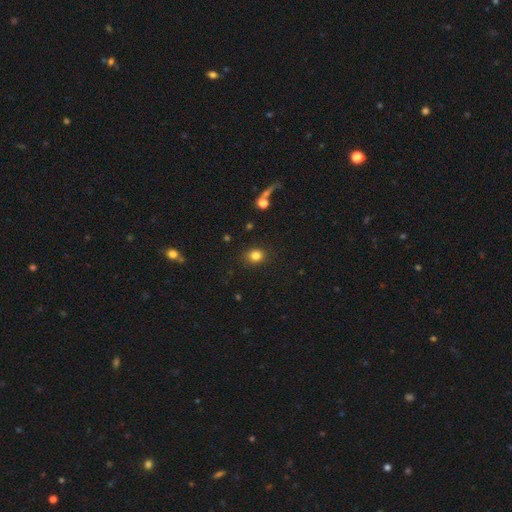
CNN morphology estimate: smooth_or_featured: smooth (p=0.82) [alt: star or artifact p=0.12]
how_rounded: round (p=0.65) [alt: in between p=0.34]
merging: none (p=0.87) [alt: minor disturbance p=0.09]